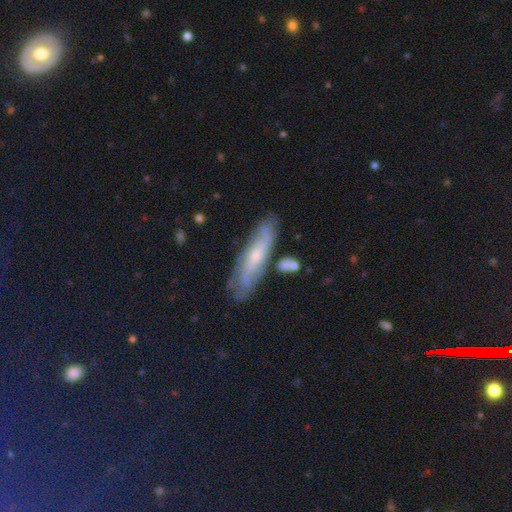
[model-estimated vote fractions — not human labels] Smooth or featured? featured or disk (68%)
Edge-on disk? no (70%)
Merging? none (73%)